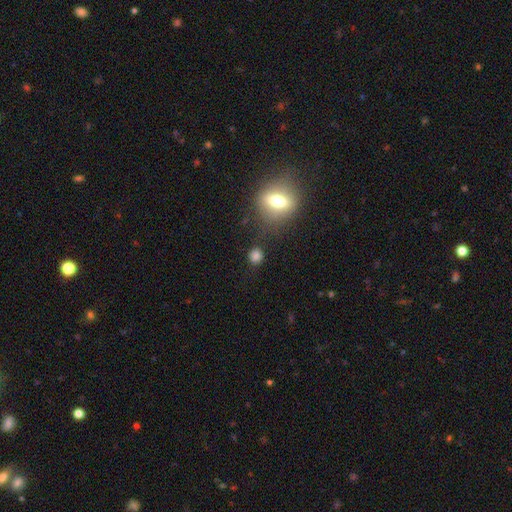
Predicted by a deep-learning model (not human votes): The model was most divided on "how rounded": round: 79%, in between: 19%, cigar-shaped: 2%. More confident: smooth or featured — smooth (81%); merging — none (78%).